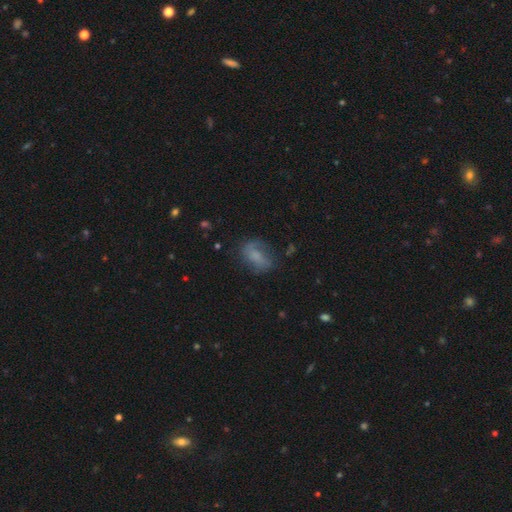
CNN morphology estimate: Smooth or featured? Predicted: smooth (p=0.54). How rounded? Predicted: in between (p=0.82). Merging? Predicted: none (p=0.53).